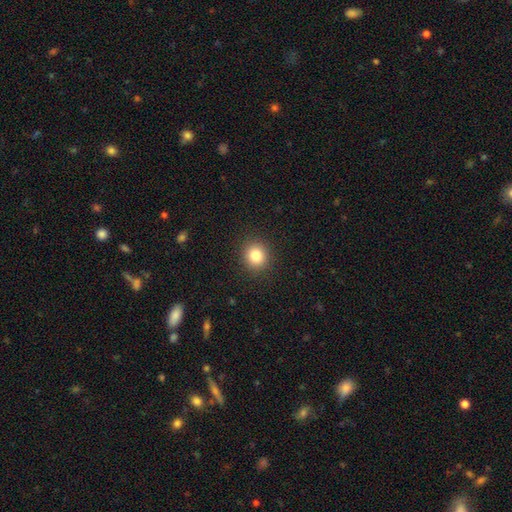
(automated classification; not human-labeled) Overall: smooth (82%). How rounded: round (85%). Merging: none (91%).